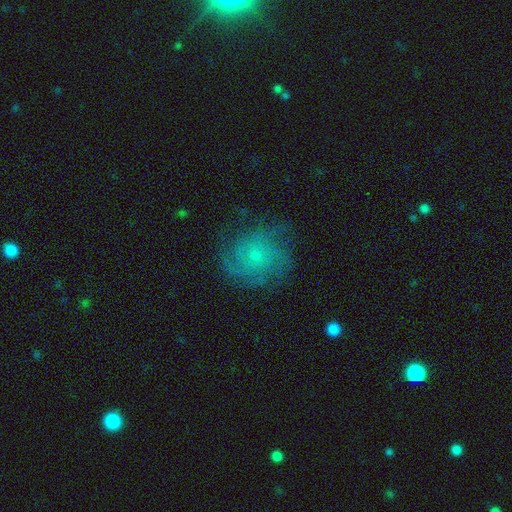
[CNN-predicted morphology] Overall: featured or disk (64%; smooth 25%). Edge-on disk: no (97%). Bar: no (81%). Spiral arms: yes (89%). Spiral arm count: can't tell (37%; 3 19%). Spiral winding: tight (50%; medium 36%). Bulge size: small (73%). Merging: none (71%).